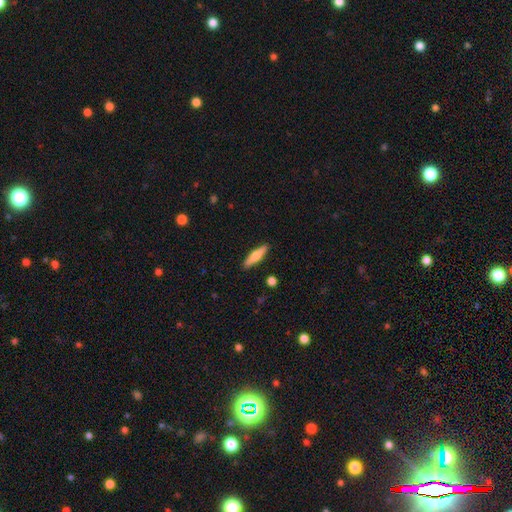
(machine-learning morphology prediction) Smooth or featured: smooth — 50% (featured or disk — 44%)
How rounded: cigar-shaped — 79% (in between — 19%)
Merging: none — 90% (minor disturbance — 7%)